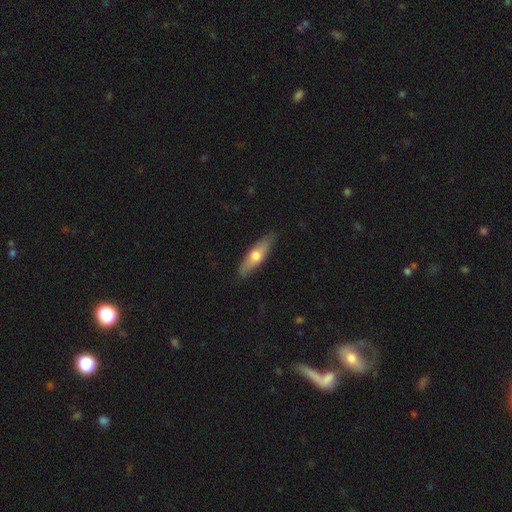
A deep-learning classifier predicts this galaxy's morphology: Smooth or featured?
  - smooth: 58% *
  - featured or disk: 37%
  - star or artifact: 5%
How rounded?
  - cigar-shaped: 59% *
  - in between: 38%
  - round: 3%
Merging?
  - none: 85% *
  - minor disturbance: 11%
  - major disturbance: 2%
  - merger: 1%